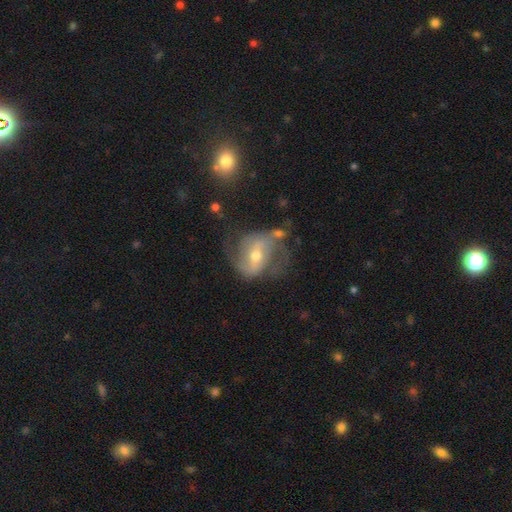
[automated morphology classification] This appears to be a featured or disk galaxy (80%) with a weak bar (43%), 2 (80%) medium (44%) spiral arms (90%) and a moderate central bulge (58%). Merging: none (53%).